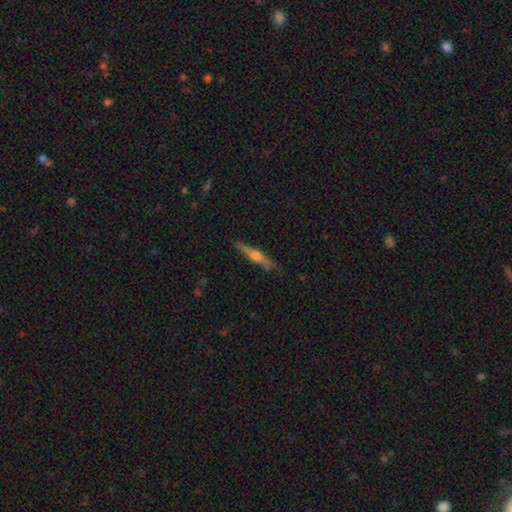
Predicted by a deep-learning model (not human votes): featured or disk 71%, smooth 23%, star or artifact 6%. Down the decision tree: edge-on disk — yes (97%); edge-on bulge — rounded (88%); merging — none (88%).